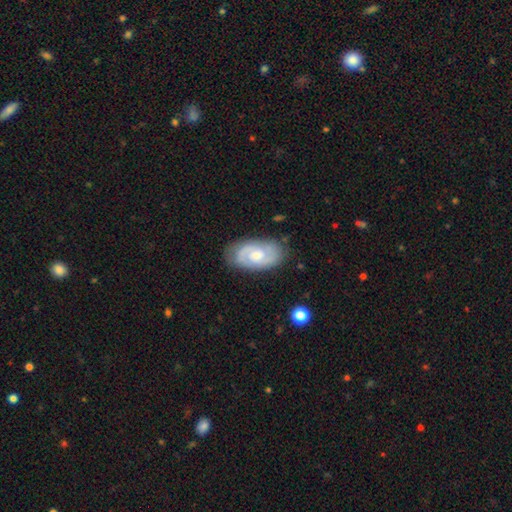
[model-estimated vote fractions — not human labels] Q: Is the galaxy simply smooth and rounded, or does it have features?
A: featured or disk — 73%.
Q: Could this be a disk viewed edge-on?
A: no — 95%.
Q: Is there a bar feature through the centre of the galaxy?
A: no — 59%.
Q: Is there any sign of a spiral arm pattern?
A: yes — 90%.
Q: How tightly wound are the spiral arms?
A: tight — 47%.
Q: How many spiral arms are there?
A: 2 — 74%.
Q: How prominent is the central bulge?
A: moderate — 60%.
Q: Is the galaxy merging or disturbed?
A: none — 80%.